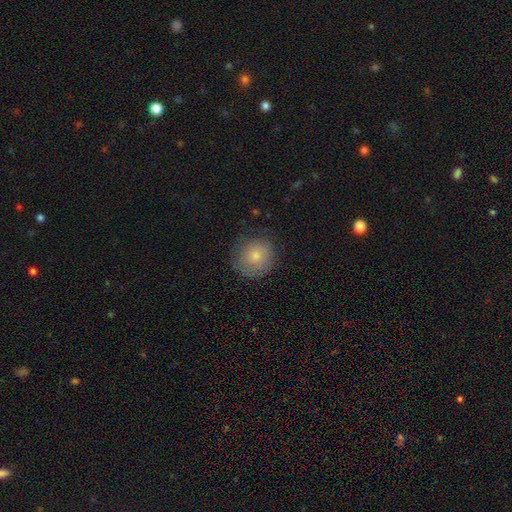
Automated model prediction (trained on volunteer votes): This appears to be a smooth galaxy with no disk features (73%) that is round (88%). Merging: none (78%).